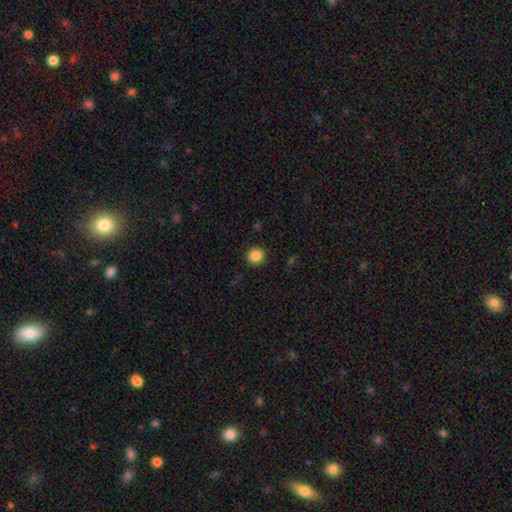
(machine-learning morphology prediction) Smooth or featured?
  - smooth: 86% *
  - star or artifact: 10%
  - featured or disk: 4%
How rounded?
  - round: 94% *
  - in between: 5%
  - cigar-shaped: 1%
Merging?
  - none: 92% *
  - minor disturbance: 5%
  - major disturbance: 2%
  - merger: 1%